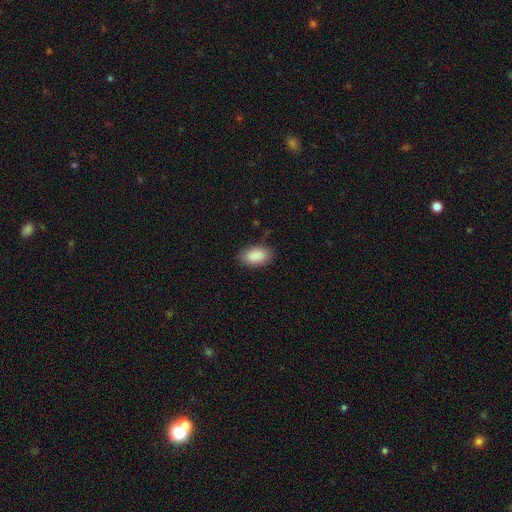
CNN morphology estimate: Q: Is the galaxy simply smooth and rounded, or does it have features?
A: smooth — 90%.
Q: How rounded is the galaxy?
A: in between — 93%.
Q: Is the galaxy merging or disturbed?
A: none — 83%.